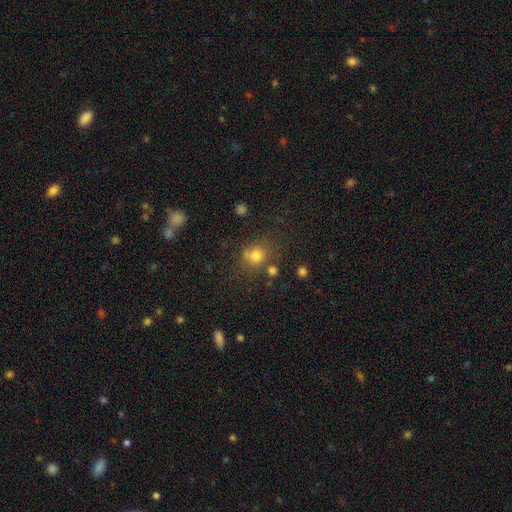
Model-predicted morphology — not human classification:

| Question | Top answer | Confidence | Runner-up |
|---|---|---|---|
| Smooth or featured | smooth | 75% | star or artifact (16%) |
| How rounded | round | 78% | in between (21%) |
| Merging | none | 63% | merger (15%) |